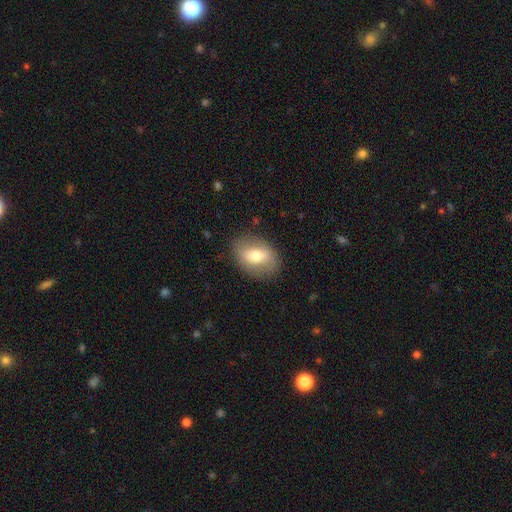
smooth-or-featured: smooth: 82% | featured or disk: 16% | star or artifact: 3%
  how-rounded: in between: 77% | round: 23% | cigar-shaped: 0%
  merging: none: 89% | major disturbance: 8% | minor disturbance: 3% | merger: 0%